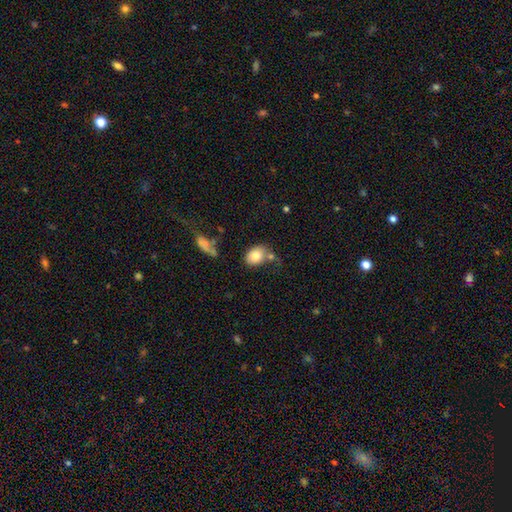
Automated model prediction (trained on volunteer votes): This appears to be a smooth galaxy with no disk features (80%) that is in between round and cigar-shaped (66%). Merging: none (52%).